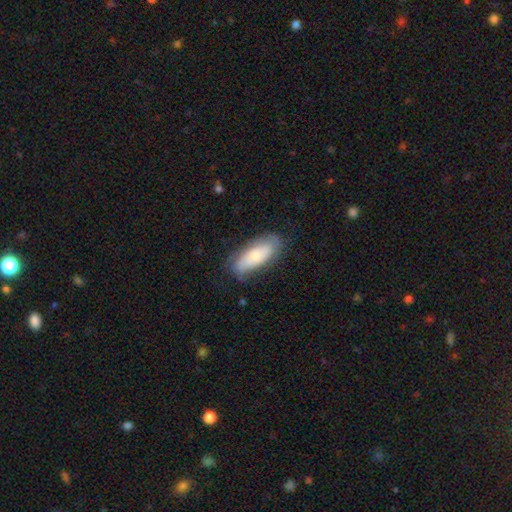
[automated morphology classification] Smooth or featured? Predicted: smooth (p=0.69). How rounded? Predicted: in between (p=0.75). Merging? Predicted: none (p=0.73).